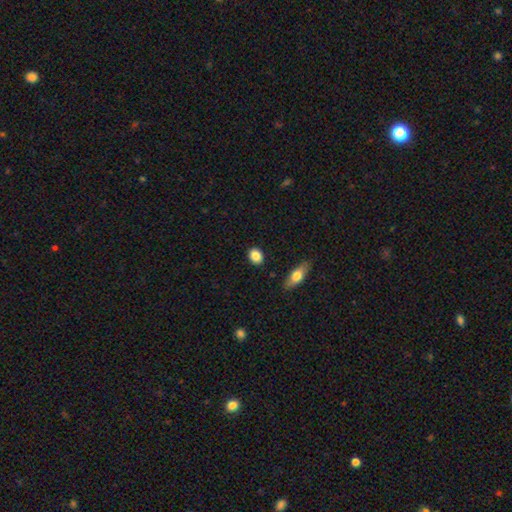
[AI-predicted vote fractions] This is clearly a smooth galaxy (87%). How rounded: possibly in between (56%). Merging: clearly none (88%).